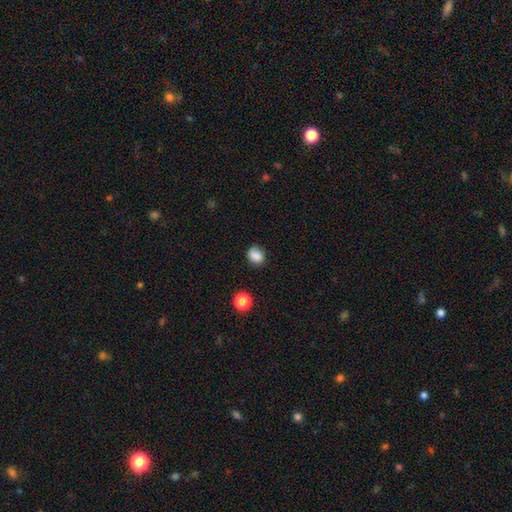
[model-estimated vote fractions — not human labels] Smooth or featured?
  - smooth: 84% *
  - star or artifact: 10%
  - featured or disk: 6%
How rounded?
  - round: 54% *
  - in between: 45%
  - cigar-shaped: 1%
Merging?
  - none: 74% *
  - minor disturbance: 19%
  - major disturbance: 5%
  - merger: 2%